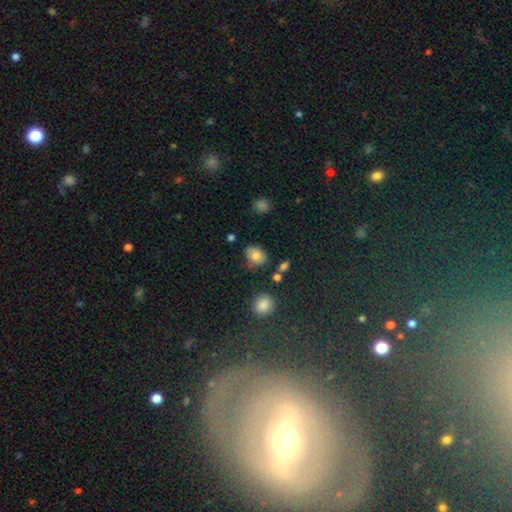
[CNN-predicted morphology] Q: Smooth or featured?
A: smooth (77%); runner-up: featured or disk (12%)
Q: How rounded?
A: in between (63%); runner-up: round (36%)
Q: Merging?
A: none (62%); runner-up: minor disturbance (25%)